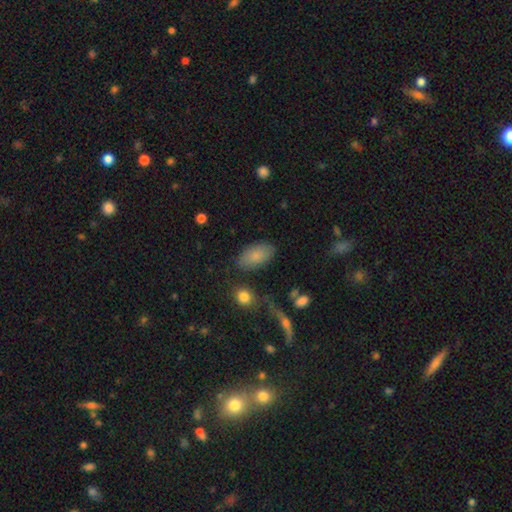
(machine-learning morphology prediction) Q: Smooth or featured?
A: smooth (82%); runner-up: featured or disk (10%)
Q: How rounded?
A: in between (93%); runner-up: round (4%)
Q: Merging?
A: none (80%); runner-up: minor disturbance (12%)